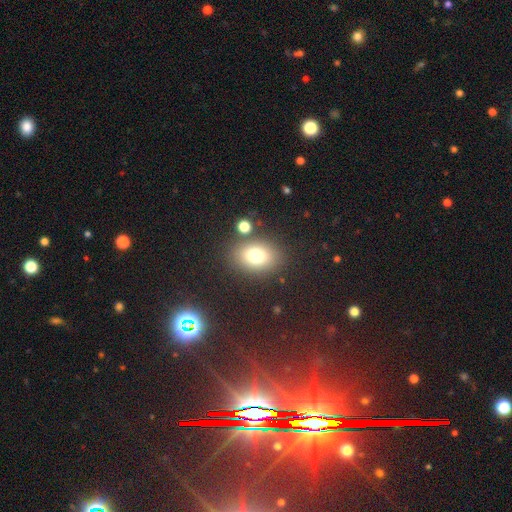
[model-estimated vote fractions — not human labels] Smooth or featured?
  - smooth: 76% *
  - star or artifact: 13%
  - featured or disk: 11%
How rounded?
  - in between: 68% *
  - round: 30%
  - cigar-shaped: 1%
Merging?
  - none: 80% *
  - minor disturbance: 10%
  - merger: 6%
  - major disturbance: 4%